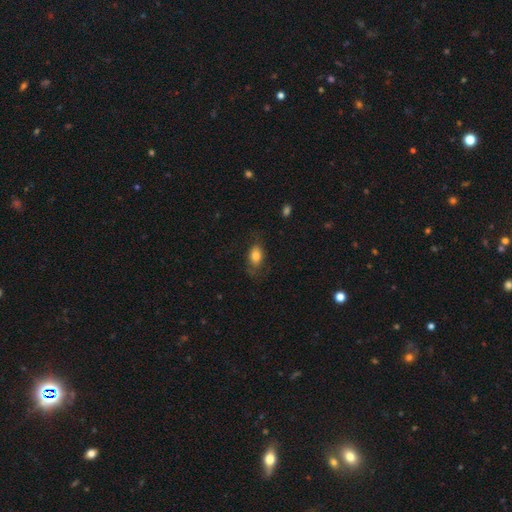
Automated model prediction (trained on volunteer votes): Q: Smooth or featured?
A: smooth (79%); runner-up: featured or disk (13%)
Q: How rounded?
A: in between (85%); runner-up: round (13%)
Q: Merging?
A: none (64%); runner-up: minor disturbance (24%)